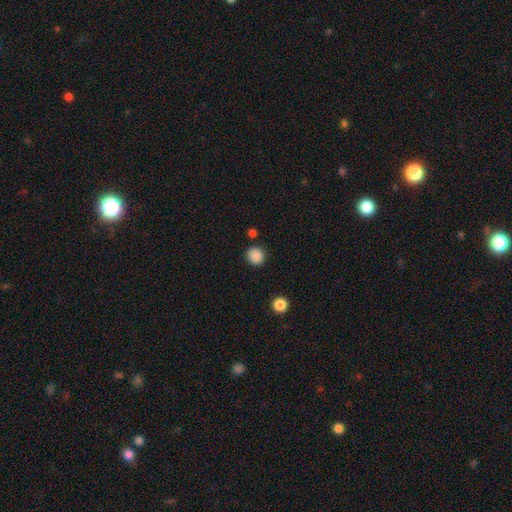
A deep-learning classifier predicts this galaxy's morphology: smooth 87%, star or artifact 10%, featured or disk 3%. Down the decision tree: how rounded — round (91%); merging — none (88%).